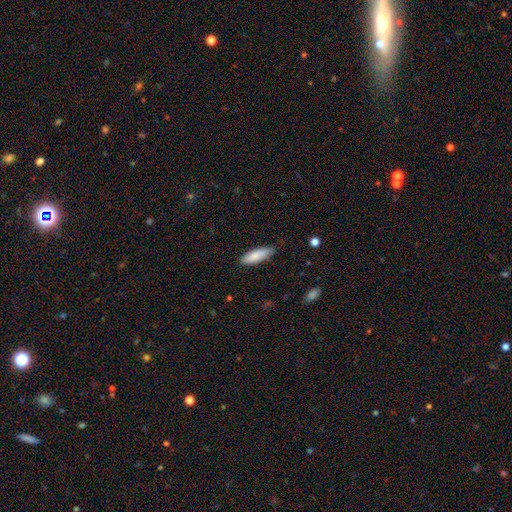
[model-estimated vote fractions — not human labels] smooth-or-featured: smooth: 87% | featured or disk: 7% | star or artifact: 6%
  how-rounded: in between: 58% | cigar-shaped: 41% | round: 1%
  merging: none: 82% | minor disturbance: 14% | major disturbance: 2% | merger: 1%